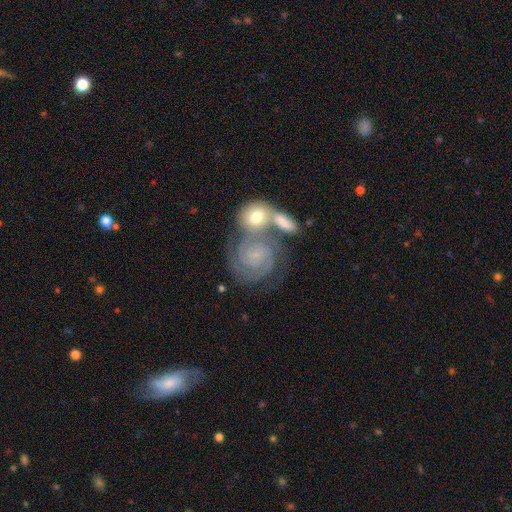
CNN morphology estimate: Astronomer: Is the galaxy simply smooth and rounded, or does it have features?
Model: featured or disk — 85%.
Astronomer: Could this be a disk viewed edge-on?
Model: no — 97%.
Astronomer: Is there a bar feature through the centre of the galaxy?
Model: no — 67%.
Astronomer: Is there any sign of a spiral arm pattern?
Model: yes — 97%.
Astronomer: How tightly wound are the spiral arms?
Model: tight — 75%.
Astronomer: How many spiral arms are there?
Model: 2 — 42% (runner-up: 3, 24%).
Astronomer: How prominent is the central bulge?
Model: small — 70%.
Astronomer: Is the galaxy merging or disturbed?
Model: none — 42% (runner-up: merger, 38%).